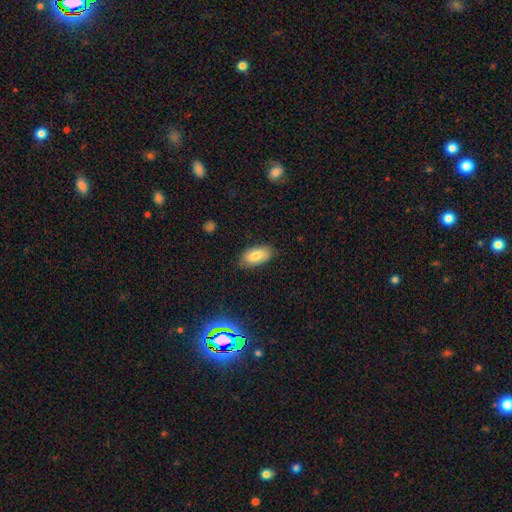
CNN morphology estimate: Smooth or featured: smooth — 78% (featured or disk — 14%)
How rounded: in between — 93% (cigar-shaped — 4%)
Merging: none — 82% (minor disturbance — 14%)